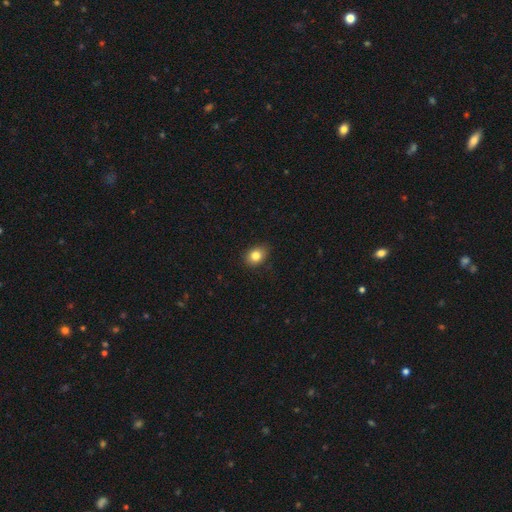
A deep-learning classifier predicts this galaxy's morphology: This appears to be a smooth galaxy with no disk features (83%) that is in between round and cigar-shaped (60%). Merging: none (85%).